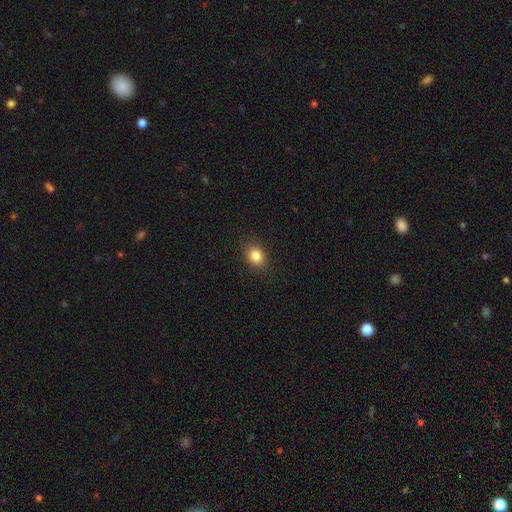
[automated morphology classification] Overall: smooth (84%). How rounded: round (50%; in between 49%). Merging: none (88%).